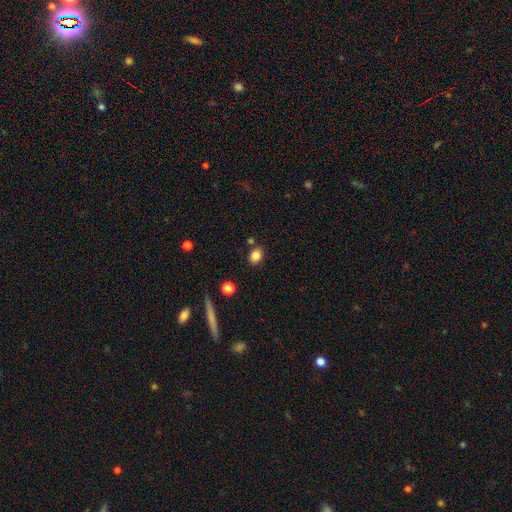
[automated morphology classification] A smooth galaxy with no disk features (84%) that is in between round and cigar-shaped (56%).

Vote fractions:
- Smooth or featured? smooth: 84% / star or artifact: 10% / featured or disk: 5%
- How rounded? in between: 56% / round: 43% / cigar-shaped: 1%
- Merging? none: 81% / minor disturbance: 10% / merger: 6% / major disturbance: 3%